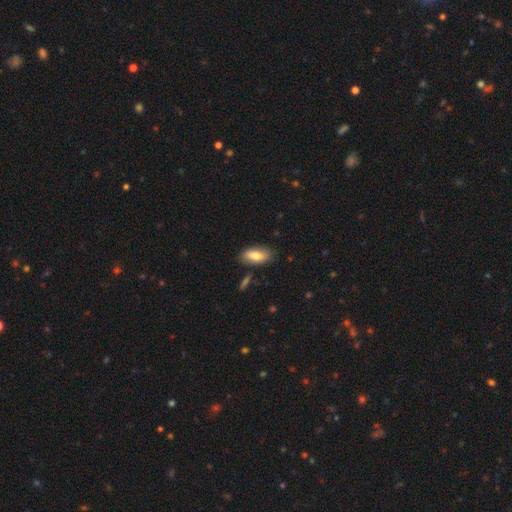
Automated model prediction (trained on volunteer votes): Morphology: type=smooth (77%); roundness=in between (88%); merging=none (79%).